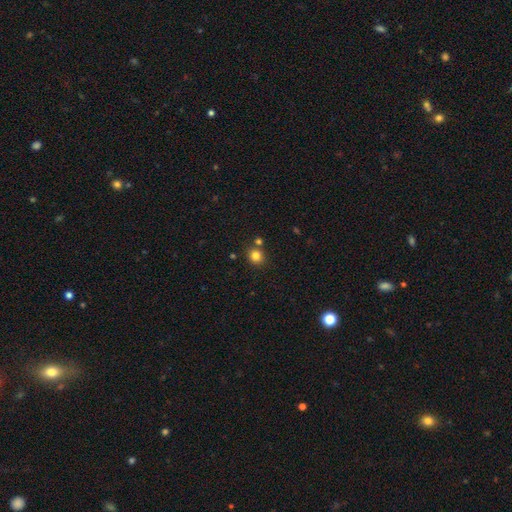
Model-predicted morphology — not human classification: Overall: smooth (82%). How rounded: round (87%). Merging: none (77%).